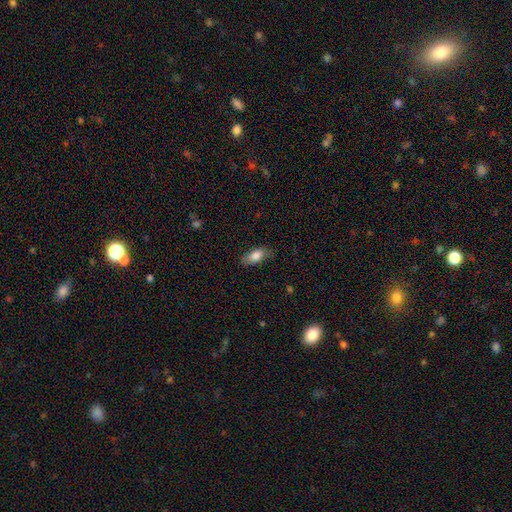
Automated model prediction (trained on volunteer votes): The model was most divided on "merging": none: 76%, minor disturbance: 18%, major disturbance: 5%, merger: 1%. More confident: how rounded — in between (83%); smooth or featured — smooth (80%).